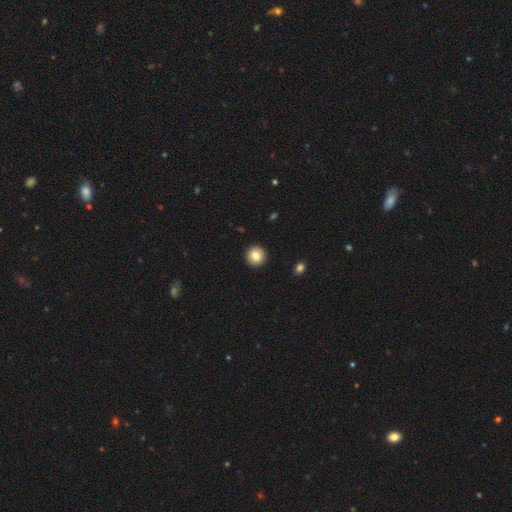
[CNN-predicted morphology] Q: Smooth or featured?
A: smooth (82%); runner-up: featured or disk (9%)
Q: How rounded?
A: round (95%); runner-up: in between (4%)
Q: Merging?
A: none (93%); runner-up: minor disturbance (4%)